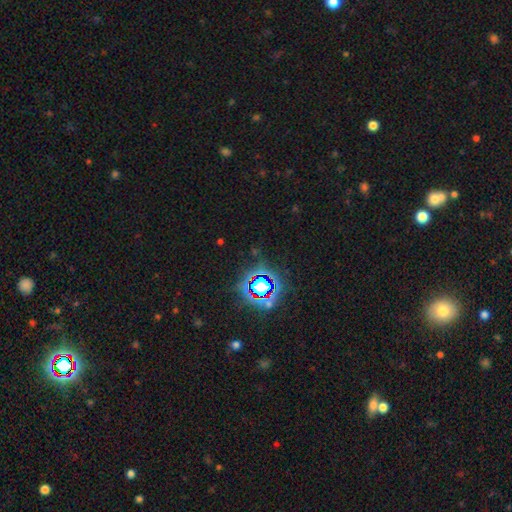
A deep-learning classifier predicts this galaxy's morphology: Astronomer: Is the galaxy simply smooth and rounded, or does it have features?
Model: star or artifact — 78%.